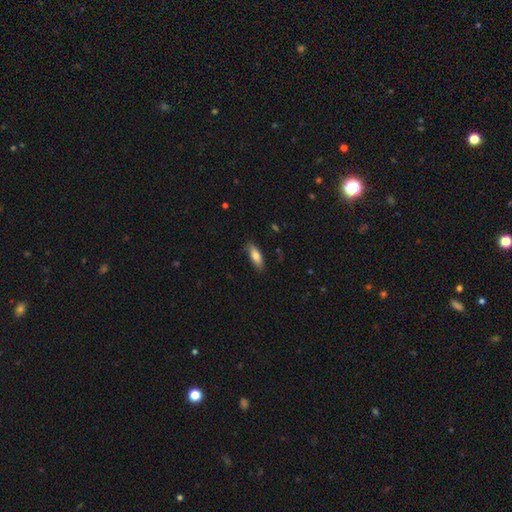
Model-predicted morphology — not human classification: Overall: smooth (76%). How rounded: in between (63%; cigar-shaped 35%). Merging: none (84%).